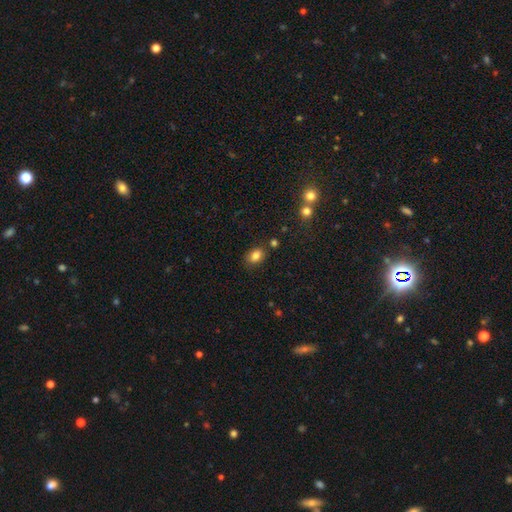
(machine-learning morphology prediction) Smooth or featured: smooth — 83% (star or artifact — 10%)
How rounded: in between — 73% (round — 26%)
Merging: none — 80% (minor disturbance — 12%)